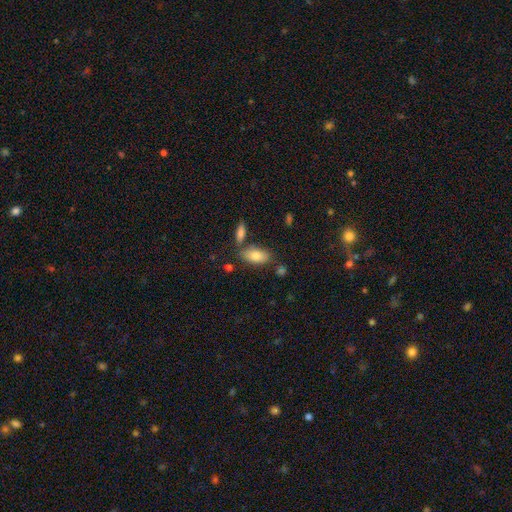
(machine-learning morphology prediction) A smooth galaxy with no disk features (79%) that is in between round and cigar-shaped (89%).

Vote fractions:
- Smooth or featured? smooth: 79% / featured or disk: 14% / star or artifact: 7%
- How rounded? in between: 89% / cigar-shaped: 8% / round: 3%
- Merging? none: 71% / minor disturbance: 13% / merger: 13% / major disturbance: 3%